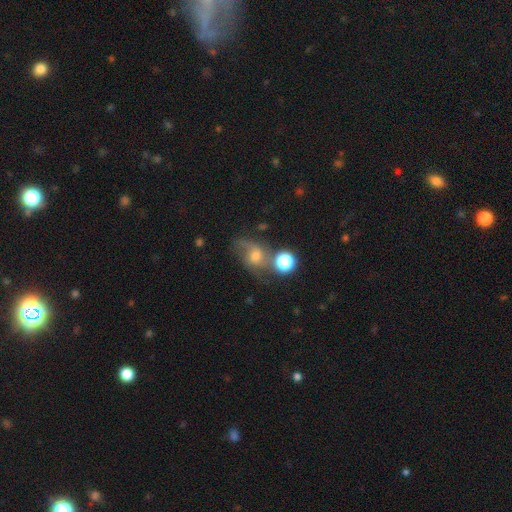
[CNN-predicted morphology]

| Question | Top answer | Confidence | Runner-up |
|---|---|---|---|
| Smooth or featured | featured or disk | 50% | smooth (33%) |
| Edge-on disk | no | 95% | yes (5%) |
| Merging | none | 45% | minor disturbance (21%) |